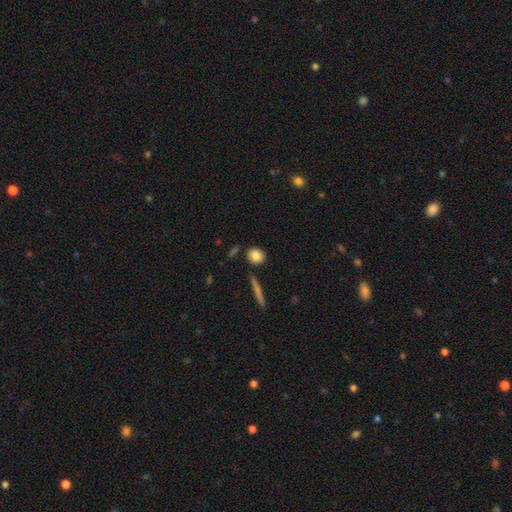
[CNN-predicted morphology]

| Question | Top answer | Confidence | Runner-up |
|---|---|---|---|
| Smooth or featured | smooth | 85% | star or artifact (8%) |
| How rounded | round | 74% | in between (22%) |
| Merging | none | 85% | minor disturbance (8%) |